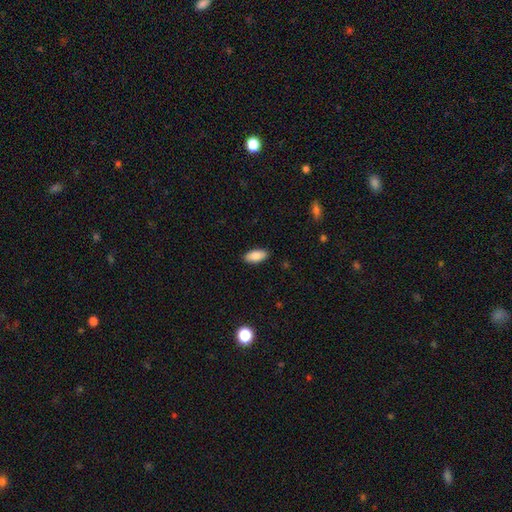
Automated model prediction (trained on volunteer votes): Smooth or featured? smooth (87%)
How rounded? in between (89%)
Merging? none (89%)